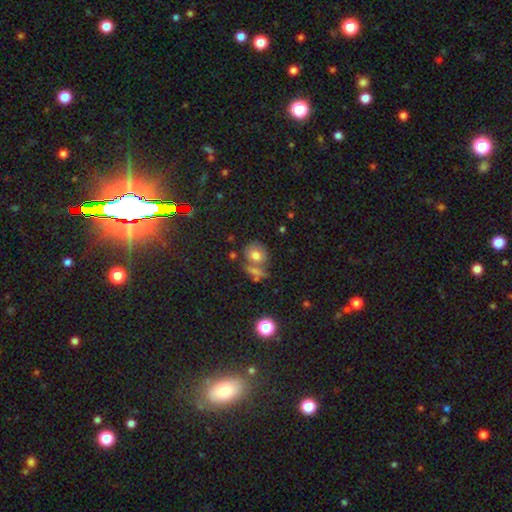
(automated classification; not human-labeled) A smooth galaxy with no disk features (67%) that is round (63%). Merging: none (51%).